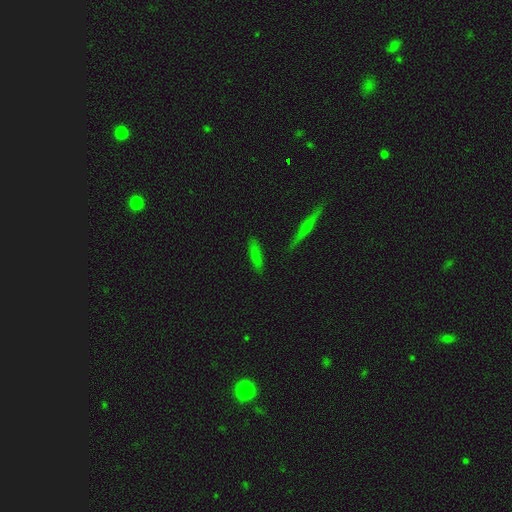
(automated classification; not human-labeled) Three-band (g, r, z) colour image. It shows a smooth galaxy with no disk features (76%) that is cigar-shaped (70%). Merging: none (84%).